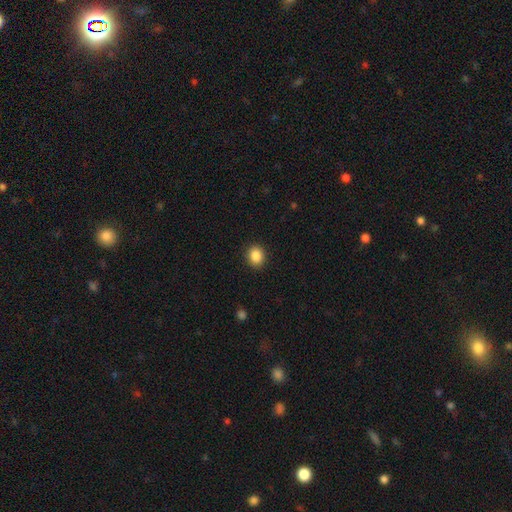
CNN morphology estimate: This is clearly a smooth galaxy (87%). How rounded: likely round (67%). Merging: clearly none (91%).